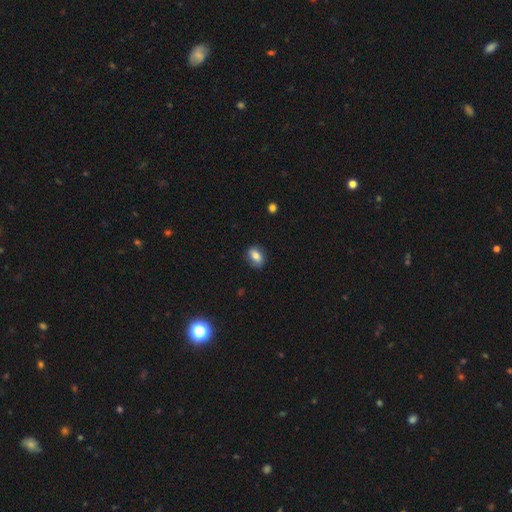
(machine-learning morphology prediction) Smooth or featured? smooth (76%)
How rounded? in between (76%)
Merging? none (82%)